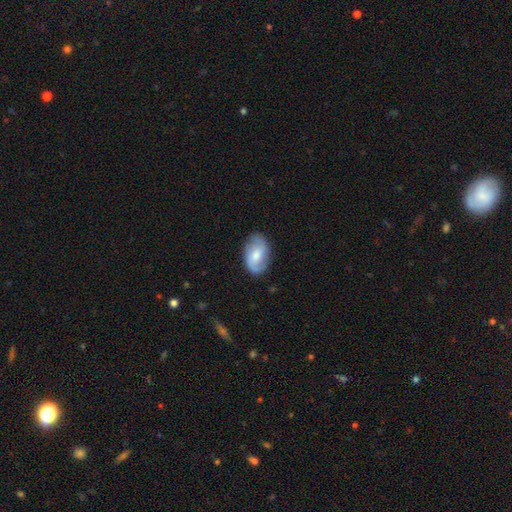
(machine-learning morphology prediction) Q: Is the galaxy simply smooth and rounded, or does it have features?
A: featured or disk — 54%.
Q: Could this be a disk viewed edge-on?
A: no — 96%.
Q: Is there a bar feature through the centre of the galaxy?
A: weak — 47%.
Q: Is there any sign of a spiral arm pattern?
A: yes — 84%.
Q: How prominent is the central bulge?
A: moderate — 54%.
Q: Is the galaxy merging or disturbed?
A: none — 78%.